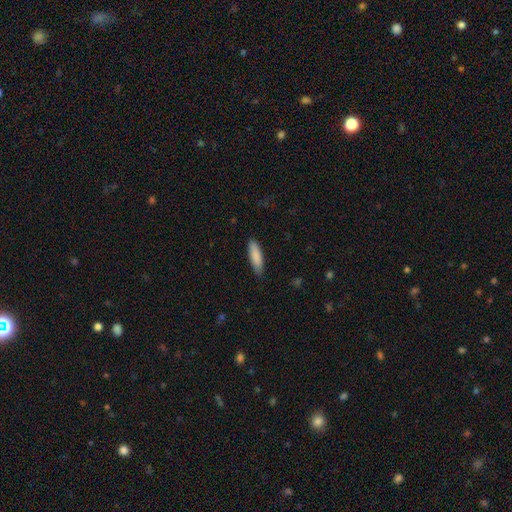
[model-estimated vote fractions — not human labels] Q: Smooth or featured?
A: smooth (88%); runner-up: featured or disk (7%)
Q: How rounded?
A: cigar-shaped (56%); runner-up: in between (42%)
Q: Merging?
A: none (86%); runner-up: minor disturbance (11%)